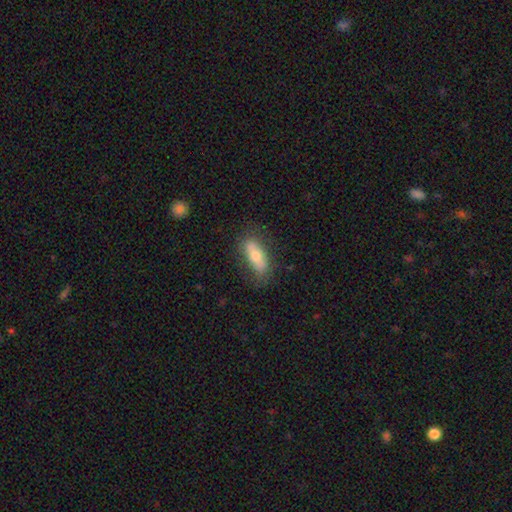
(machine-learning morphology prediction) type=smooth (62%); roundness=in between (65%); merging=none (73%).